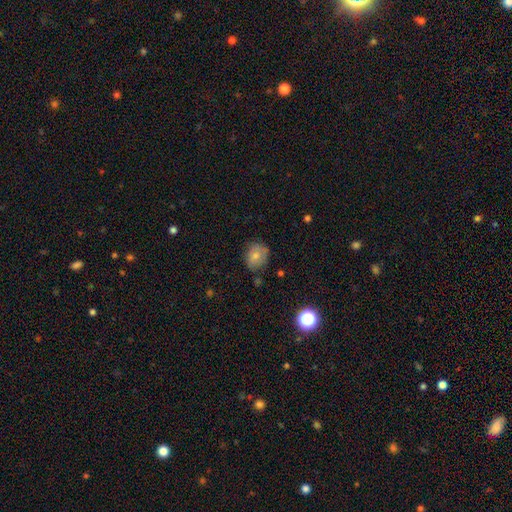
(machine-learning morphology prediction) Smooth or featured: smooth — 74% (featured or disk — 17%)
How rounded: round — 65% (in between — 34%)
Merging: none — 70% (minor disturbance — 23%)